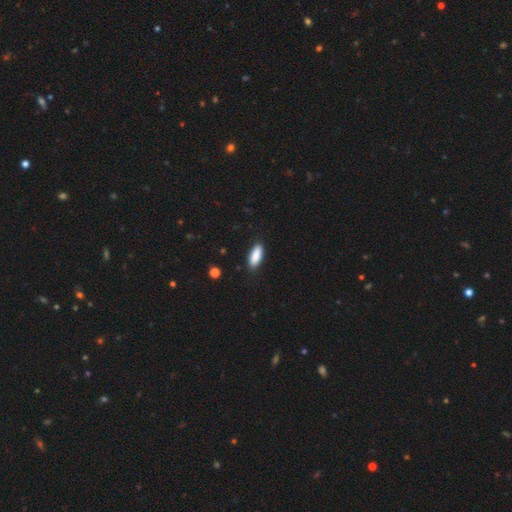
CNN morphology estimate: A smooth galaxy with no disk features (89%) that is in between round and cigar-shaped (75%).

Vote fractions:
- Smooth or featured? smooth: 89% / star or artifact: 6% / featured or disk: 5%
- How rounded? in between: 75% / cigar-shaped: 24% / round: 2%
- Merging? none: 87% / minor disturbance: 10% / major disturbance: 2% / merger: 1%